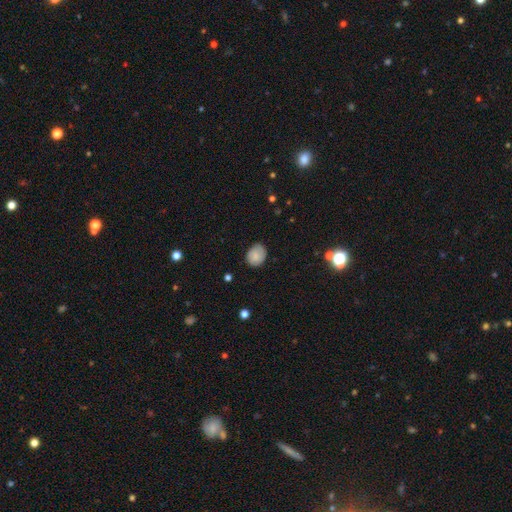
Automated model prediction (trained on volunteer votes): smooth 82%, featured or disk 10%, star or artifact 8%. Down the decision tree: how rounded — round (51%); merging — none (76%).